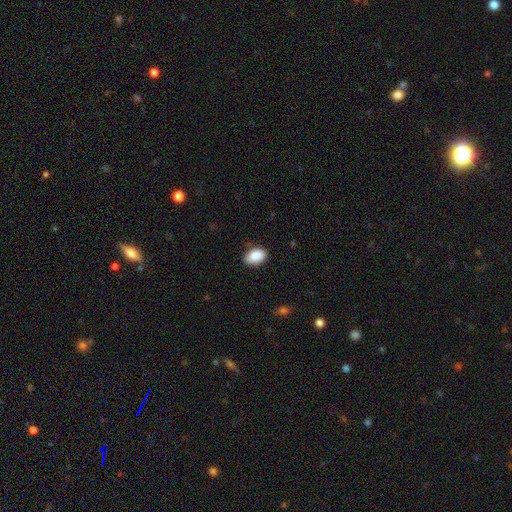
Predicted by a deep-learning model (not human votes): smooth 89%, star or artifact 7%, featured or disk 4%. Down the decision tree: how rounded — in between (88%); merging — none (81%).